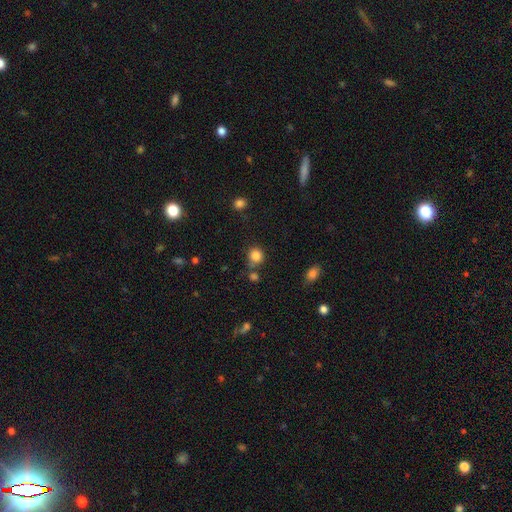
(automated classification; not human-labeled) The model was most divided on "merging": none: 70%, merger: 13%, minor disturbance: 13%, major disturbance: 4%. More confident: how rounded — round (86%); smooth or featured — smooth (84%).